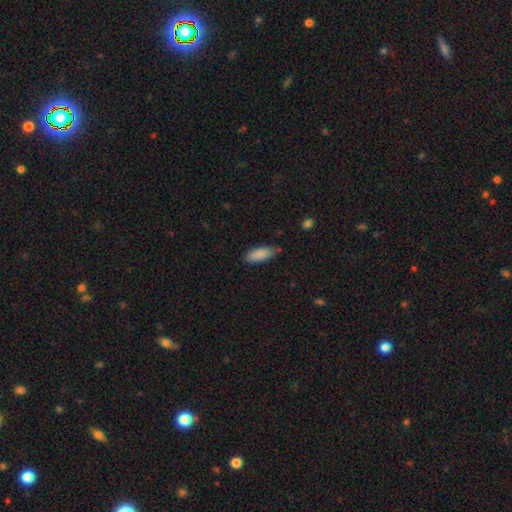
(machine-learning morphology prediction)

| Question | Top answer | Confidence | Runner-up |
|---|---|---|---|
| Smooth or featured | smooth | 87% | star or artifact (7%) |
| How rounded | in between | 71% | cigar-shaped (27%) |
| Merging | none | 80% | minor disturbance (16%) |